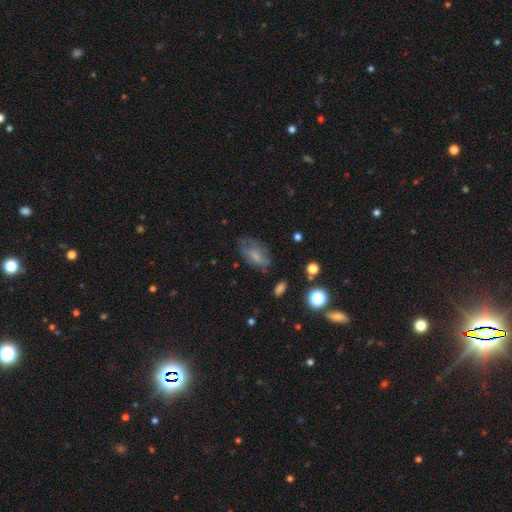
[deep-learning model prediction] Overall: smooth (60%; featured or disk 29%). How rounded: in between (87%). Merging: none (49%; minor disturbance 29%).